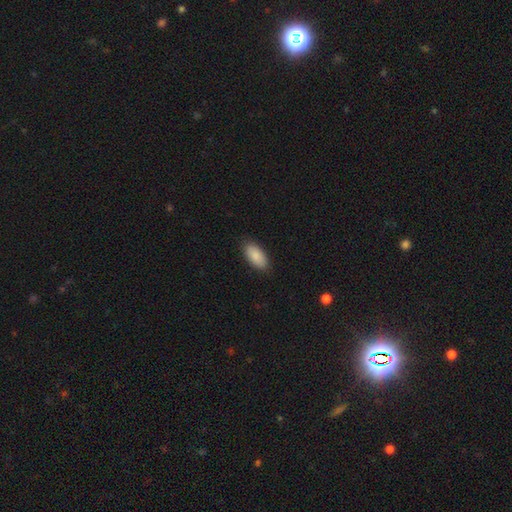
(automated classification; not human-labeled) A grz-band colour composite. It shows a smooth galaxy with no disk features (88%) that is in between round and cigar-shaped (93%). Merging: none (87%).